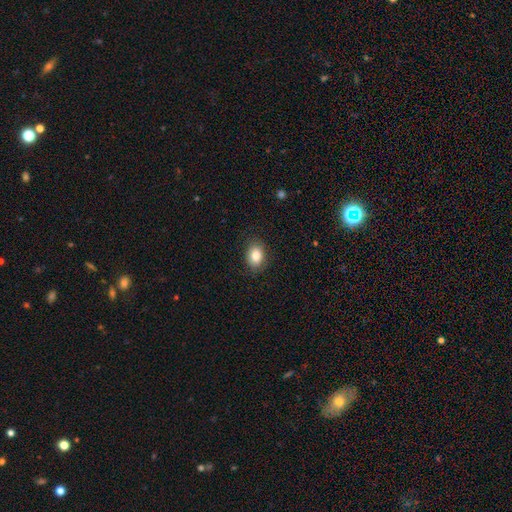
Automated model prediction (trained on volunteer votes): This is clearly a smooth galaxy (85%). How rounded: likely in between (70%). Merging: clearly none (85%).